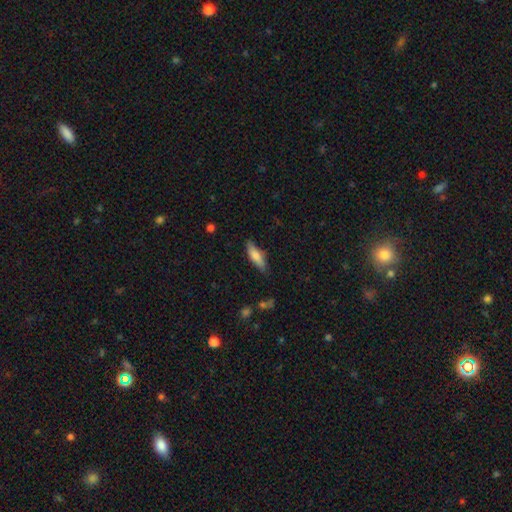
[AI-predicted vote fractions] Smooth or featured? smooth (73%)
How rounded? cigar-shaped (54%)
Merging? none (80%)